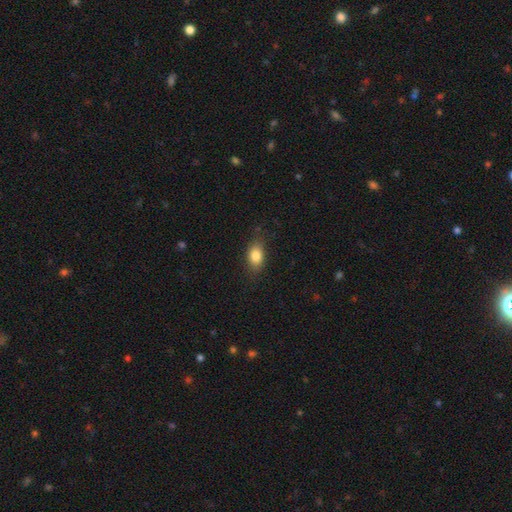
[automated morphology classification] This appears to be a smooth galaxy with no disk features (83%) that is in between round and cigar-shaped (80%). Merging: none (79%).